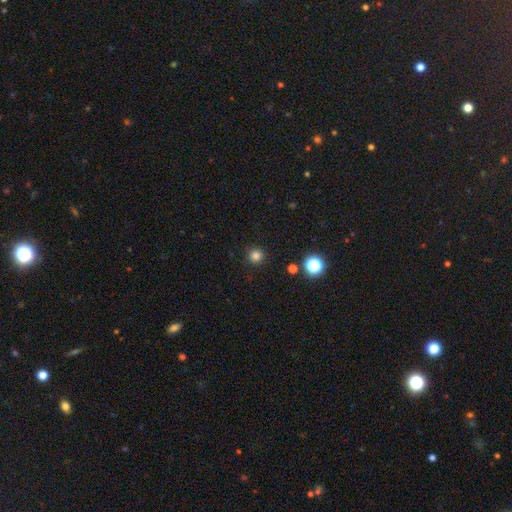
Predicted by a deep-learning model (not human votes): Smooth or featured?
  - smooth: 82% *
  - star or artifact: 14%
  - featured or disk: 4%
How rounded?
  - round: 95% *
  - in between: 4%
  - cigar-shaped: 1%
Merging?
  - none: 91% *
  - minor disturbance: 5%
  - major disturbance: 2%
  - merger: 1%